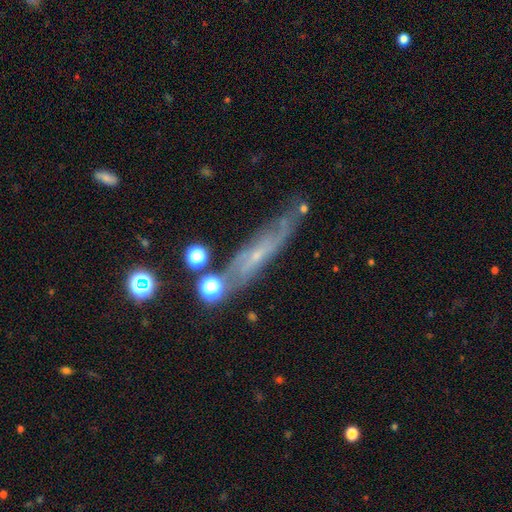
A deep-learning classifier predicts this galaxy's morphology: This appears to be a featured or disk galaxy (60%) viewed edge-on (55%). Merging: none (64%).